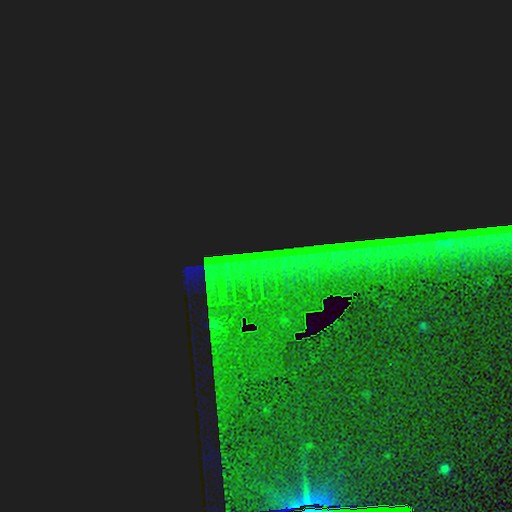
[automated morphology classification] smooth_or_featured: star or artifact (p=0.87) [alt: featured or disk p=0.07]